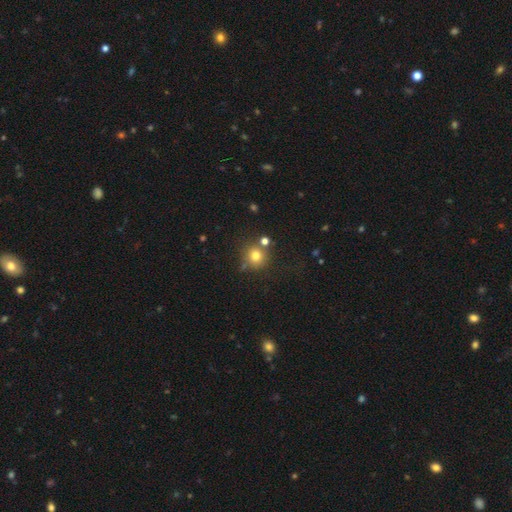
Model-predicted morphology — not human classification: Smooth or featured? smooth (76%)
How rounded? round (92%)
Merging? none (73%)